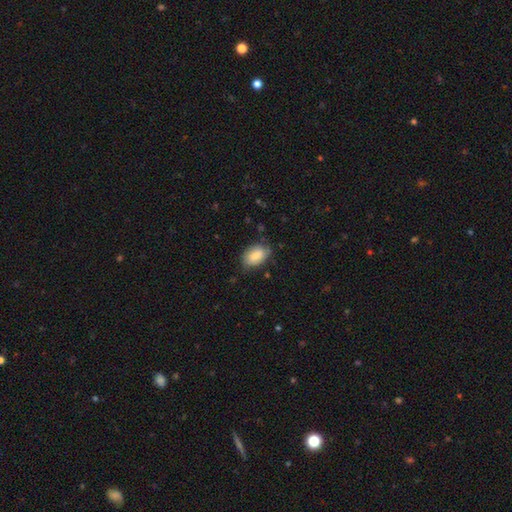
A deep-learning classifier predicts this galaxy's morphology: Q: Smooth or featured?
A: smooth (82%); runner-up: featured or disk (11%)
Q: How rounded?
A: in between (86%); runner-up: round (13%)
Q: Merging?
A: none (68%); runner-up: minor disturbance (25%)